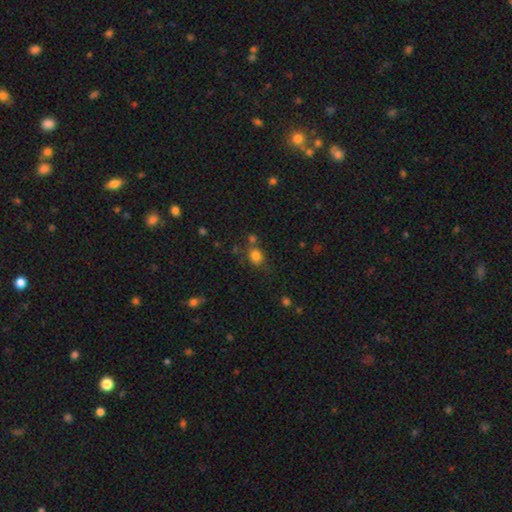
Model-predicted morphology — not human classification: smooth-or-featured: smooth: 80% | star or artifact: 13% | featured or disk: 7%
  how-rounded: round: 61% | in between: 38% | cigar-shaped: 1%
  merging: none: 62% | merger: 17% | minor disturbance: 15% | major disturbance: 6%